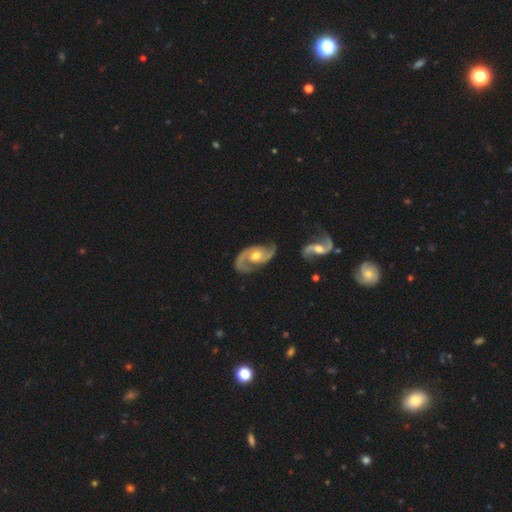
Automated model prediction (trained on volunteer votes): Q: Smooth or featured?
A: featured or disk (91%); runner-up: smooth (5%)
Q: Edge-on disk?
A: no (97%); runner-up: yes (3%)
Q: Bar?
A: no (60%); runner-up: weak (31%)
Q: Spiral arms?
A: yes (97%); runner-up: no (3%)
Q: Spiral winding?
A: medium (54%); runner-up: loose (25%)
Q: Spiral arm count?
A: 2 (92%); runner-up: 1 (3%)
Q: Bulge size?
A: moderate (76%); runner-up: small (15%)
Q: Merging?
A: none (74%); runner-up: minor disturbance (17%)